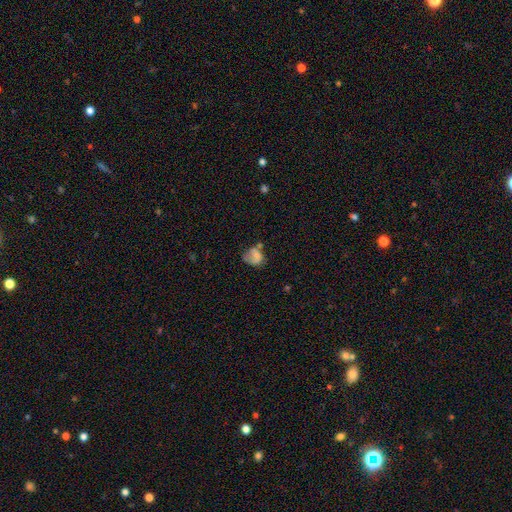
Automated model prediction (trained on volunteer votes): The model was most divided on "merging": none: 35%, minor disturbance: 29%, major disturbance: 21%, merger: 15%. More confident: smooth or featured — smooth (67%); how rounded — in between (52%).